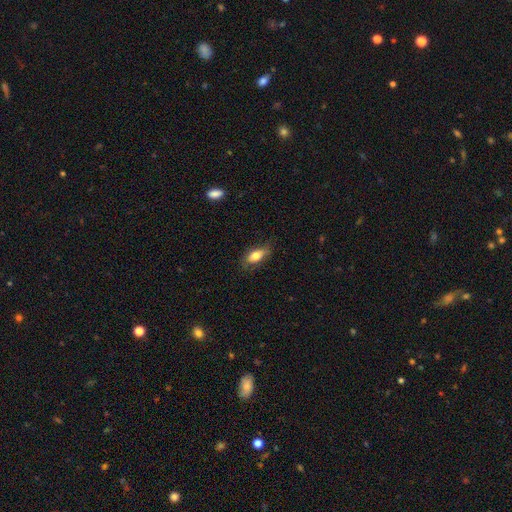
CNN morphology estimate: Smooth or featured?
  - smooth: 73% *
  - featured or disk: 20%
  - star or artifact: 7%
How rounded?
  - in between: 81% *
  - cigar-shaped: 15%
  - round: 5%
Merging?
  - none: 70% *
  - minor disturbance: 23%
  - major disturbance: 6%
  - merger: 1%